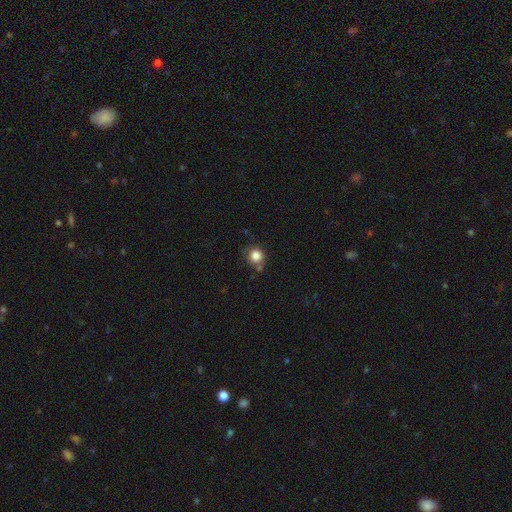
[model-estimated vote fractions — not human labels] smooth 84%, star or artifact 11%, featured or disk 5%. Down the decision tree: how rounded — round (92%); merging — none (72%).